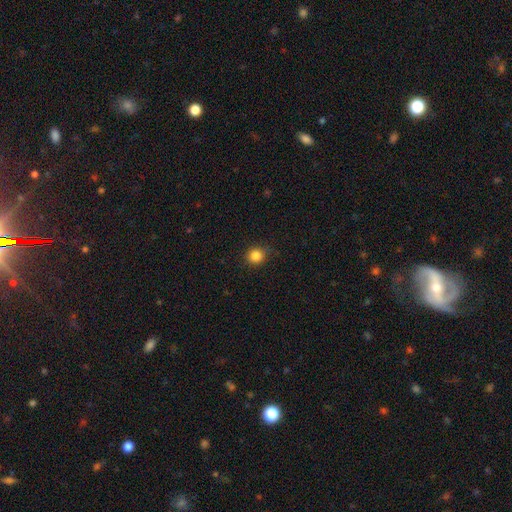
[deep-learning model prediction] Smooth or featured: smooth — 84% (star or artifact — 12%)
How rounded: round — 87% (in between — 12%)
Merging: none — 86% (minor disturbance — 11%)